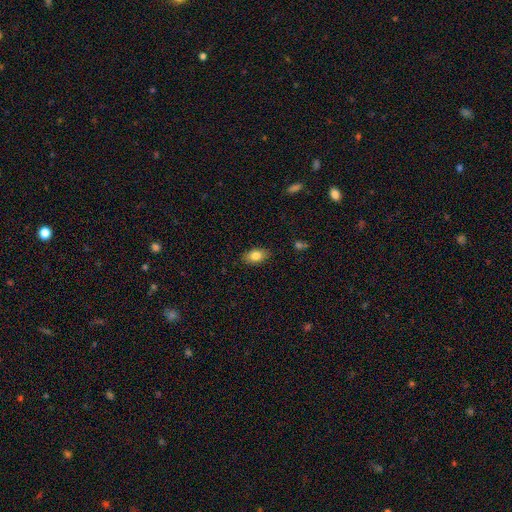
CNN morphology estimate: Q: Smooth or featured?
A: smooth (82%); runner-up: featured or disk (10%)
Q: How rounded?
A: in between (87%); runner-up: round (11%)
Q: Merging?
A: none (87%); runner-up: minor disturbance (10%)